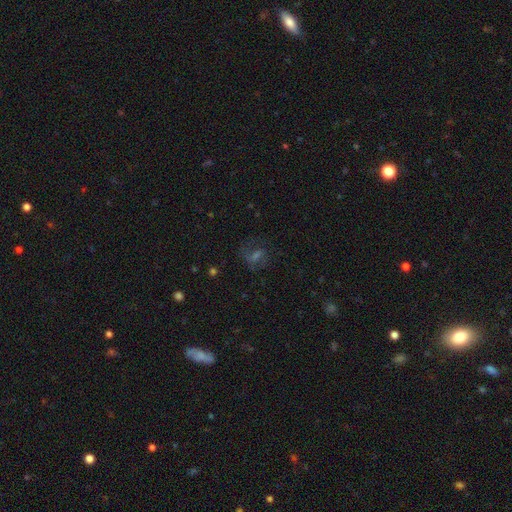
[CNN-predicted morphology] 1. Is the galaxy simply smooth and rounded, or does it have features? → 44% featured or disk, 29% star or artifact, 27% smooth.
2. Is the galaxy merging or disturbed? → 68% none, 16% minor disturbance, 14% major disturbance, 2% merger.